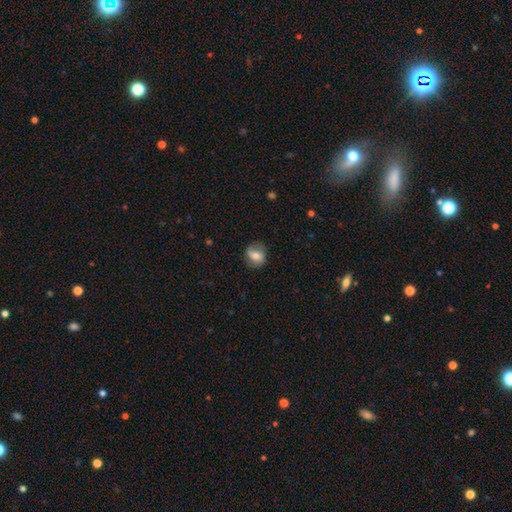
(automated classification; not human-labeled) Smooth or featured? Predicted: smooth (p=0.56). How rounded? Predicted: round (p=0.70). Merging? Predicted: none (p=0.77).